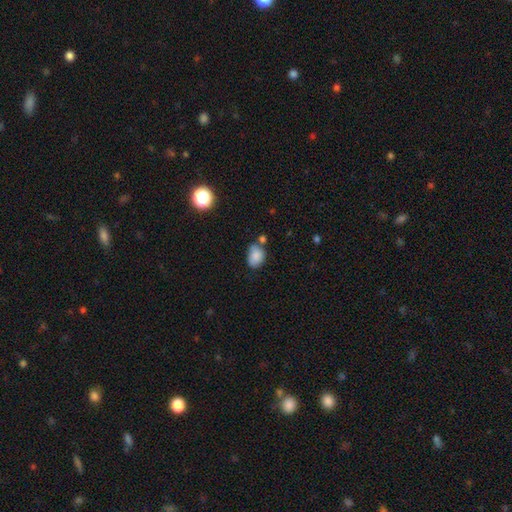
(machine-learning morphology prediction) A smooth galaxy with no disk features (84%) that is in between round and cigar-shaped (71%). Merging: none (53%).